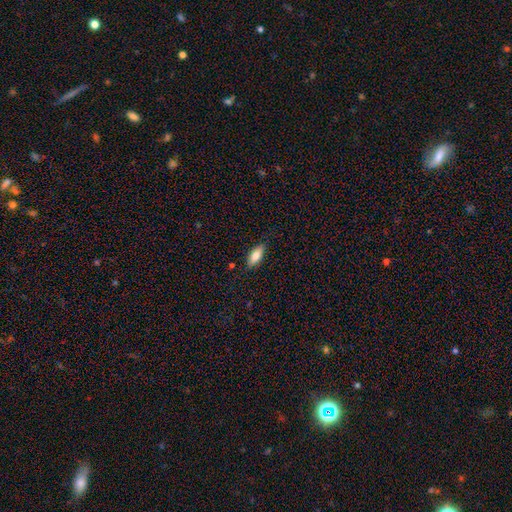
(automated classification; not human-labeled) Smooth or featured? smooth (79%)
How rounded? in between (75%)
Merging? none (86%)